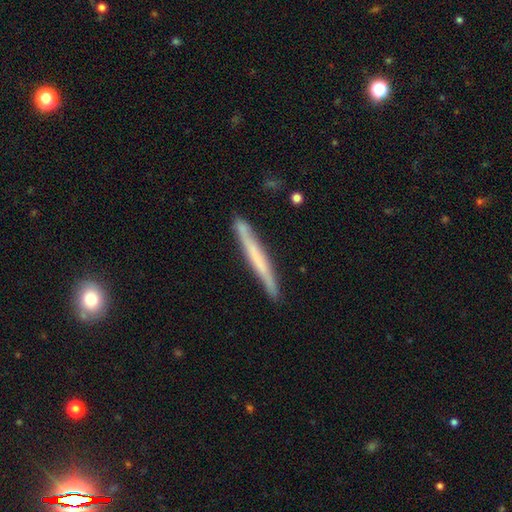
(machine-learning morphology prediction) smooth_or_featured: smooth (p=0.47) [alt: featured or disk p=0.46]
merging: none (p=0.86) [alt: minor disturbance p=0.10]